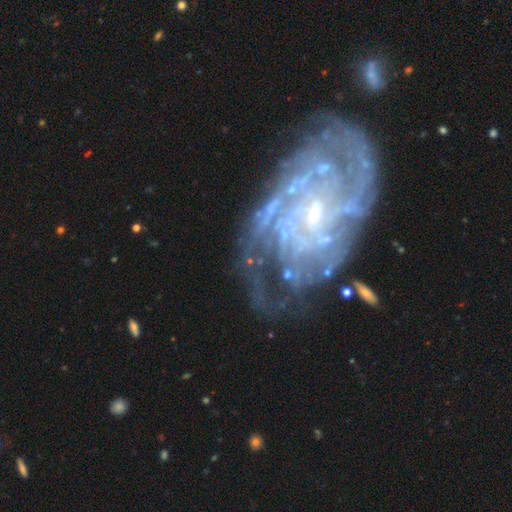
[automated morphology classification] Smooth or featured? Predicted: featured or disk (p=0.88). Edge-on disk? Predicted: no (p=0.97). Bar? Predicted: no (p=0.51). Spiral arms? Predicted: yes (p=0.94). Spiral winding? Predicted: tight (p=0.64). Spiral arm count? Predicted: can't tell (p=0.38). Bulge size? Predicted: small (p=0.71). Merging? Predicted: none (p=0.64).